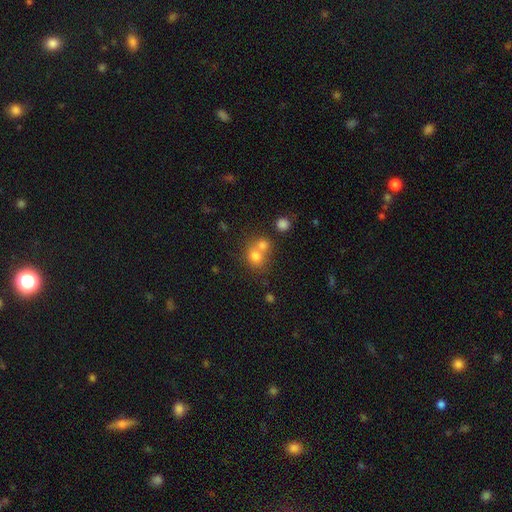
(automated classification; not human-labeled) The model was most divided on "merging": merger: 51%, none: 39%, minor disturbance: 7%, major disturbance: 3%. More confident: how rounded — round (75%); smooth or featured — smooth (75%).